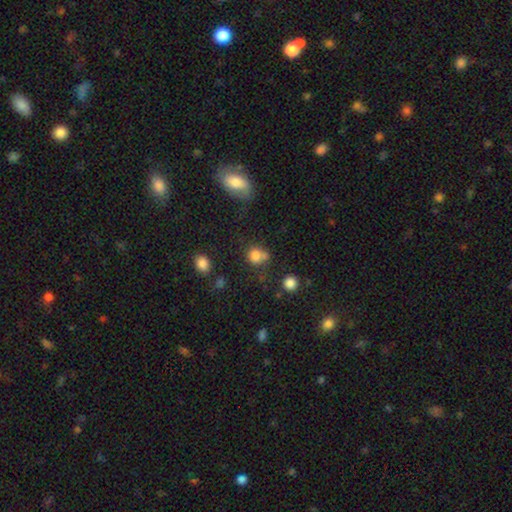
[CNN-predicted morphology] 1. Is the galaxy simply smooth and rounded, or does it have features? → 77% smooth, 14% star or artifact, 9% featured or disk.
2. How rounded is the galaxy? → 75% round, 24% in between, 1% cigar-shaped.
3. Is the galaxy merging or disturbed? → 47% none, 27% merger, 18% minor disturbance, 9% major disturbance.